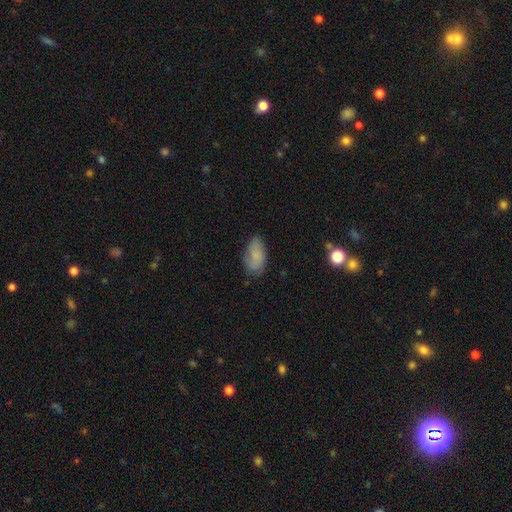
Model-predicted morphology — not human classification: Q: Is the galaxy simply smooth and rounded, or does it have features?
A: smooth — 72%.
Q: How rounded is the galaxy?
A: in between — 92%.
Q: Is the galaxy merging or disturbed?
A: none — 65%.